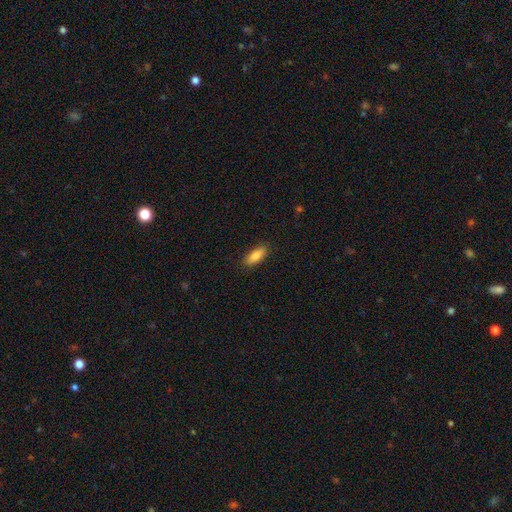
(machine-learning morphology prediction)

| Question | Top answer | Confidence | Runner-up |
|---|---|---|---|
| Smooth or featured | smooth | 88% | star or artifact (6%) |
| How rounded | in between | 77% | cigar-shaped (21%) |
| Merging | none | 88% | minor disturbance (9%) |